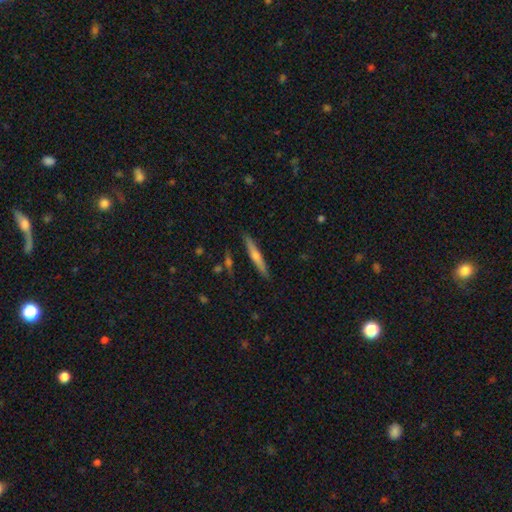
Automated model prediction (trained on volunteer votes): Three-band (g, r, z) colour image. It shows a featured or disk galaxy (61%) viewed edge-on (97%) with a rounded central bulge (77%). Merging: none (90%).